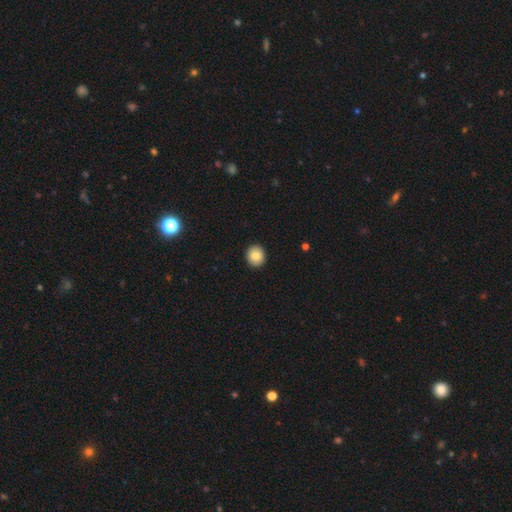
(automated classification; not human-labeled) Morphology: type=smooth (84%); roundness=round (80%); merging=none (92%).